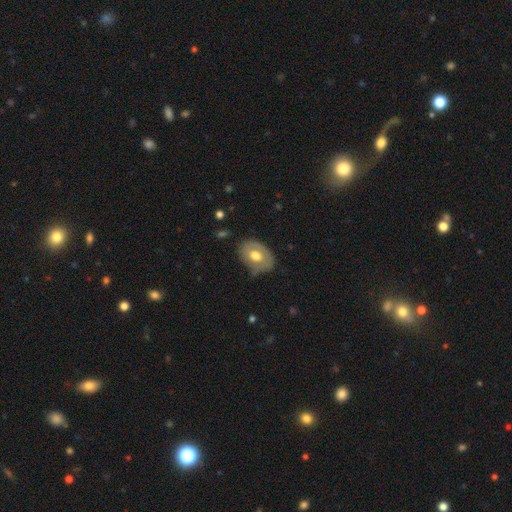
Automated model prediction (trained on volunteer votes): Overall: smooth (53%; featured or disk 41%). How rounded: in between (77%). Merging: none (60%; minor disturbance 29%).